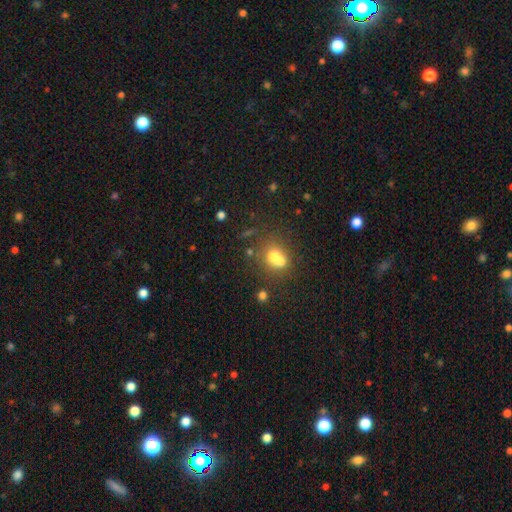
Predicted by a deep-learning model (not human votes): Smooth or featured? Predicted: smooth (p=0.63). How rounded? Predicted: round (p=0.59). Merging? Predicted: none (p=0.77).